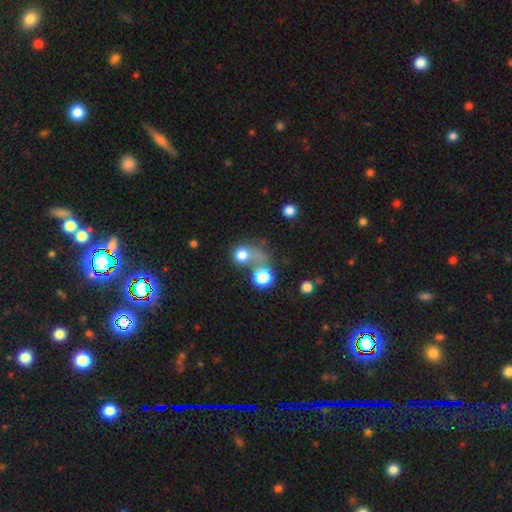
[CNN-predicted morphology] A smooth galaxy with no disk features (71%) that is round (78%). Merging: merger (36%).